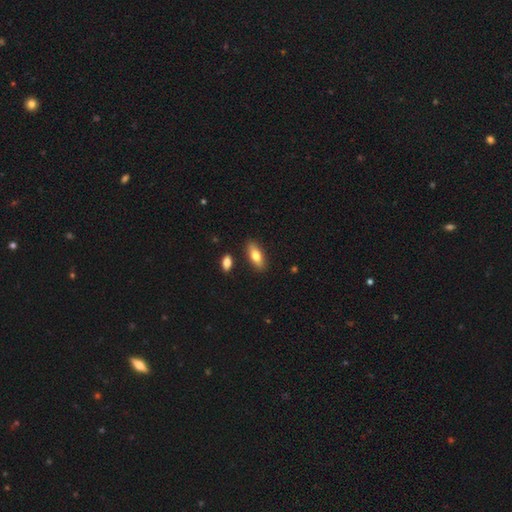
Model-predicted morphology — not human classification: type=smooth (77%); roundness=in between (79%); merging=none (85%).